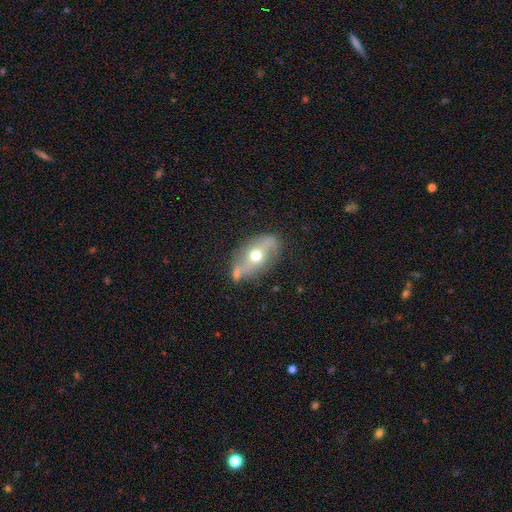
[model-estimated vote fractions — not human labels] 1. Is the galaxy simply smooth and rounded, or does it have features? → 62% featured or disk, 31% smooth, 7% star or artifact.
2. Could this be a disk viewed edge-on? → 84% no, 16% yes.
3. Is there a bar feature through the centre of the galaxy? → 53% no, 28% weak, 19% strong.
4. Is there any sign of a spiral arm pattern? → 55% yes, 45% no.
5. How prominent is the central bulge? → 77% moderate, 11% large, 9% small, 1% dominant, 1% none.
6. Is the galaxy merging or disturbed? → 69% none, 18% minor disturbance, 7% merger, 6% major disturbance.